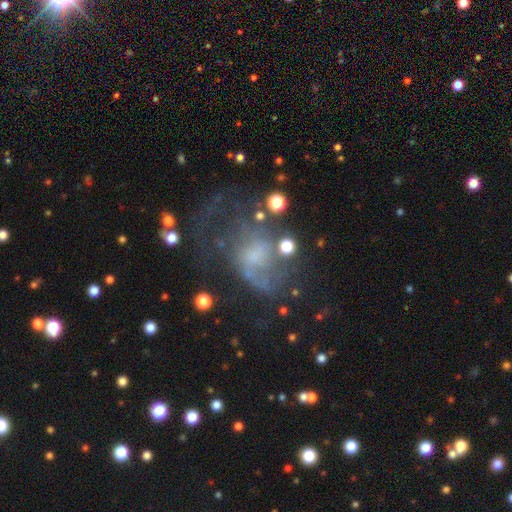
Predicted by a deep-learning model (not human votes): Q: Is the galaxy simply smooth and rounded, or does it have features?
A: featured or disk — 57%.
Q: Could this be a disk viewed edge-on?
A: no — 97%.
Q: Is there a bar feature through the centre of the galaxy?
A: no — 73%.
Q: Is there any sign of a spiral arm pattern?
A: yes — 54%.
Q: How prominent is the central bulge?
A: small — 34%, tied with none.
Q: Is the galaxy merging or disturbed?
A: major disturbance — 42%.